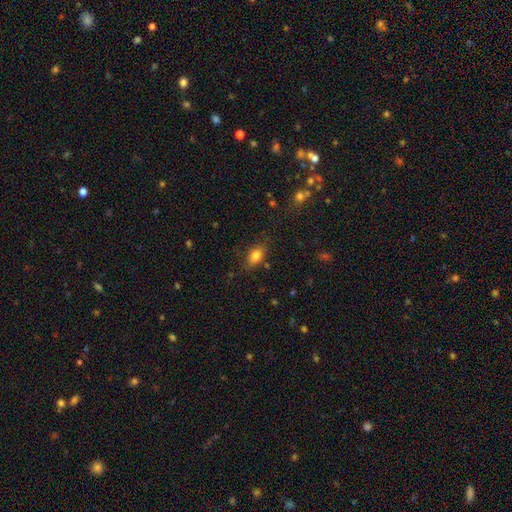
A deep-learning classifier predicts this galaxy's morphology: This is clearly a smooth galaxy (81%). How rounded: clearly in between (84%). Merging: likely none (75%).